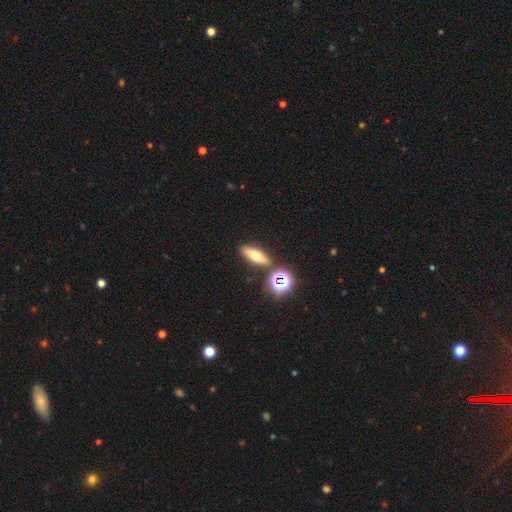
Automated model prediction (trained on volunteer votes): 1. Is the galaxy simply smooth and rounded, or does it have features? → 56% smooth, 28% featured or disk, 16% star or artifact.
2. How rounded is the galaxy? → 56% in between, 32% cigar-shaped, 12% round.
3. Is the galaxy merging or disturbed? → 84% none, 8% minor disturbance, 6% merger, 3% major disturbance.